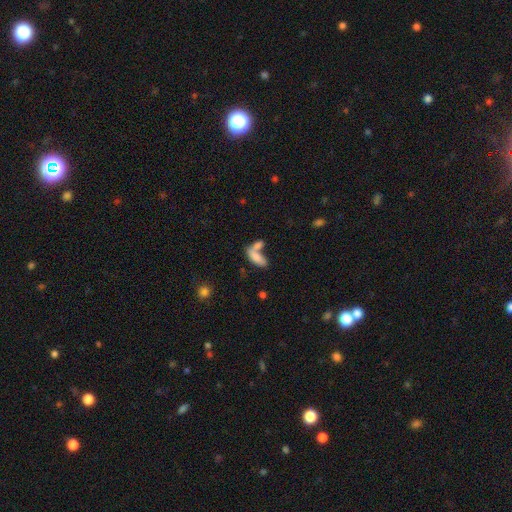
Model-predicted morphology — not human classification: smooth_or_featured: smooth (p=0.78) [alt: featured or disk p=0.14]
how_rounded: in between (p=0.76) [alt: cigar-shaped p=0.22]
merging: merger (p=0.57) [alt: none p=0.28]